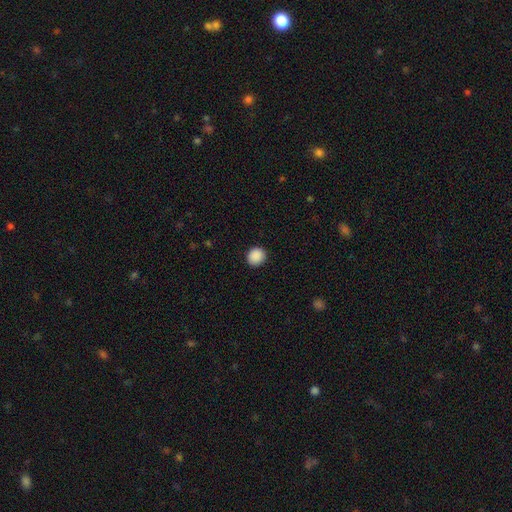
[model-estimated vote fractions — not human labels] Smooth or featured? smooth (89%)
How rounded? round (85%)
Merging? none (91%)